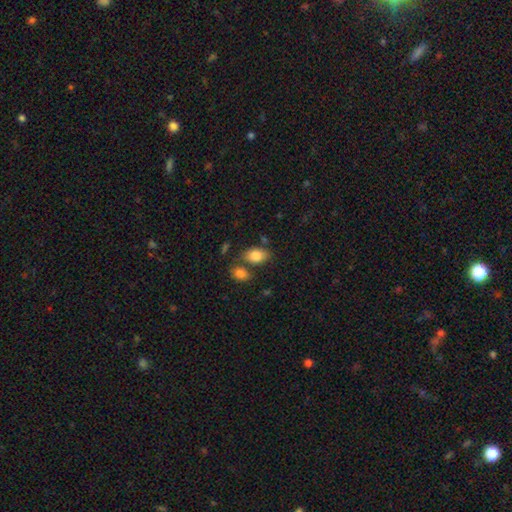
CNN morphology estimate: Q: Smooth or featured?
A: smooth (83%); runner-up: featured or disk (10%)
Q: How rounded?
A: in between (87%); runner-up: round (11%)
Q: Merging?
A: none (64%); runner-up: merger (19%)